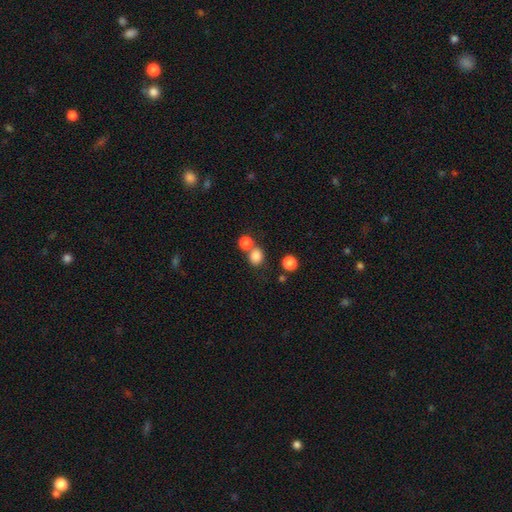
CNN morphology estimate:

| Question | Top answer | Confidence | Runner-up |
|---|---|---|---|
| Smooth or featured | smooth | 83% | star or artifact (12%) |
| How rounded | round | 75% | in between (24%) |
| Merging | none | 56% | merger (33%) |